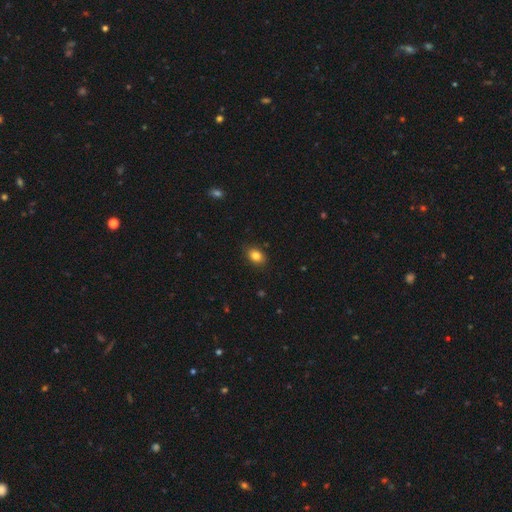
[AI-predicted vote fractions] smooth 84%, star or artifact 10%, featured or disk 6%. Down the decision tree: how rounded — in between (68%); merging — none (87%).